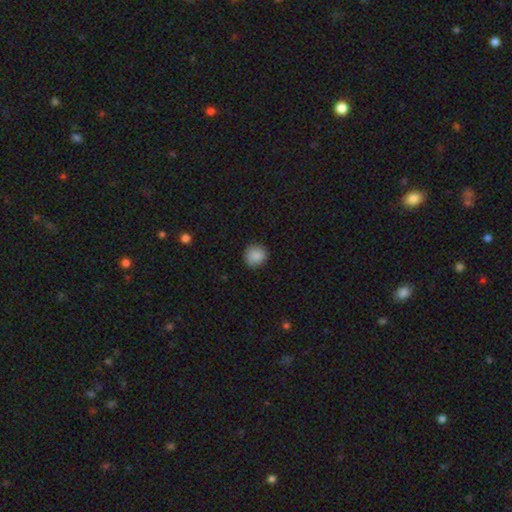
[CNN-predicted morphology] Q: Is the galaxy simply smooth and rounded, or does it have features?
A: smooth — 87%.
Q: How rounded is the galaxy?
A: round — 89%.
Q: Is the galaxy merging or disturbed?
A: none — 86%.